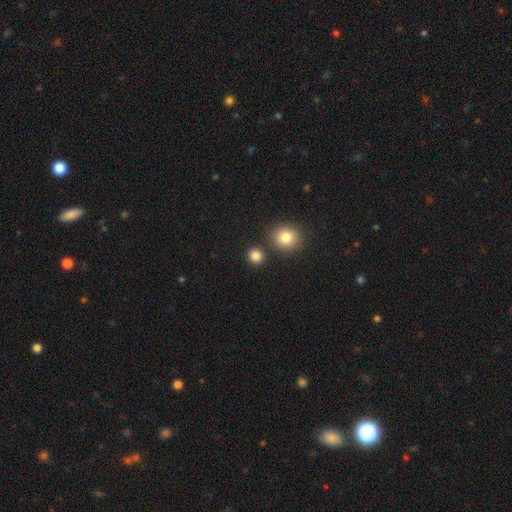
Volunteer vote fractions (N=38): Overall: smooth (89%). How rounded: round (94%). Merging: none (80%).